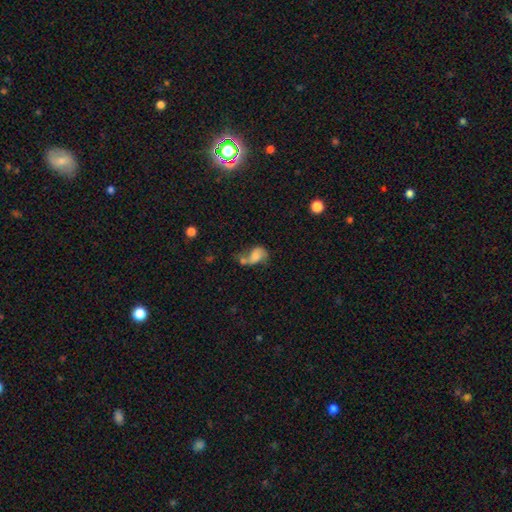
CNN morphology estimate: Overall: smooth (54%; featured or disk 34%). How rounded: in between (76%). Merging: merger (45%; none 22%).